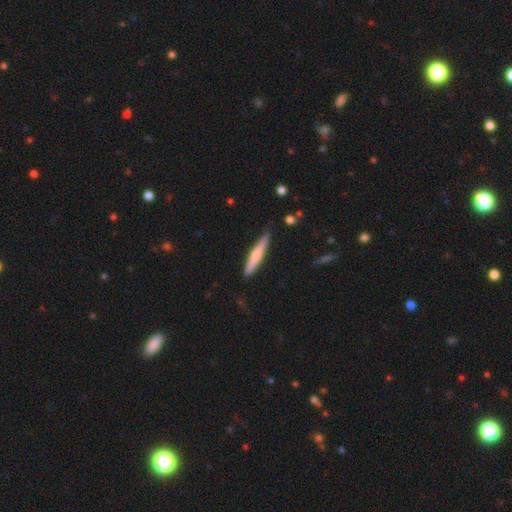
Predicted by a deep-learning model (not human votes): A smooth galaxy with no disk features (60%) that is cigar-shaped (93%).

Vote fractions:
- Smooth or featured? smooth: 60% / featured or disk: 35% / star or artifact: 5%
- How rounded? cigar-shaped: 93% / in between: 6% / round: 1%
- Merging? none: 87% / minor disturbance: 10% / major disturbance: 2% / merger: 1%